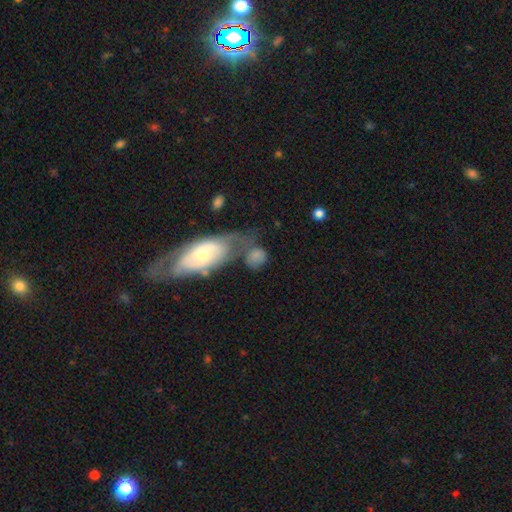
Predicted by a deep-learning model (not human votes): Q: Smooth or featured?
A: smooth (68%); runner-up: featured or disk (23%)
Q: How rounded?
A: round (52%); runner-up: in between (45%)
Q: Merging?
A: merger (37%); runner-up: none (35%)